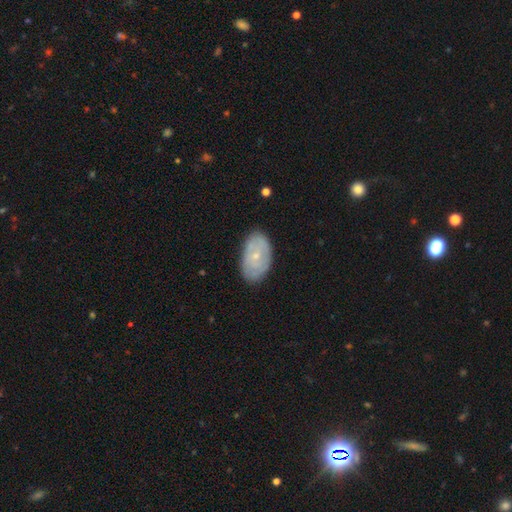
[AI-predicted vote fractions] This is possibly a featured or disk galaxy (49%). Merging: clearly none (81%).